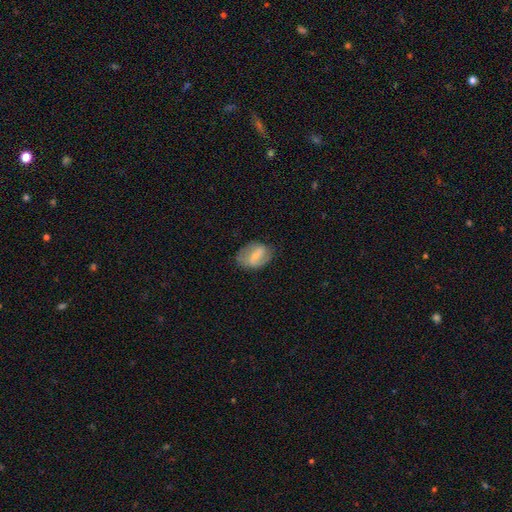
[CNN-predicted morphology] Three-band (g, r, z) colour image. It shows a featured or disk galaxy (58%) with a weak bar (45%), spiral arms (78%) and a small central bulge (49%). Merging: none (67%).